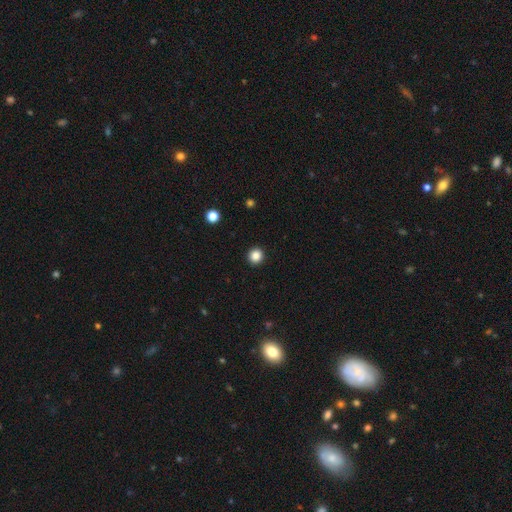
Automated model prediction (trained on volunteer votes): Q: Smooth or featured?
A: smooth (85%); runner-up: star or artifact (11%)
Q: How rounded?
A: round (94%); runner-up: in between (5%)
Q: Merging?
A: none (94%); runner-up: minor disturbance (4%)